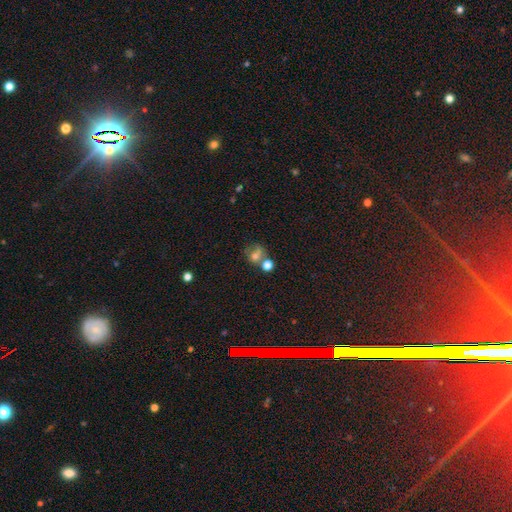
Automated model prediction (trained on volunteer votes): This is likely a smooth galaxy (60%). How rounded: likely round (71%). Merging: marginally none (40%).